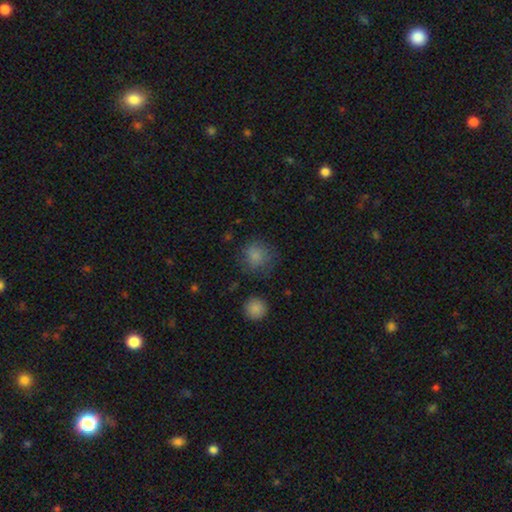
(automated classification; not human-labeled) This appears to be a smooth galaxy with no disk features (81%) that is round (88%). Merging: none (71%).